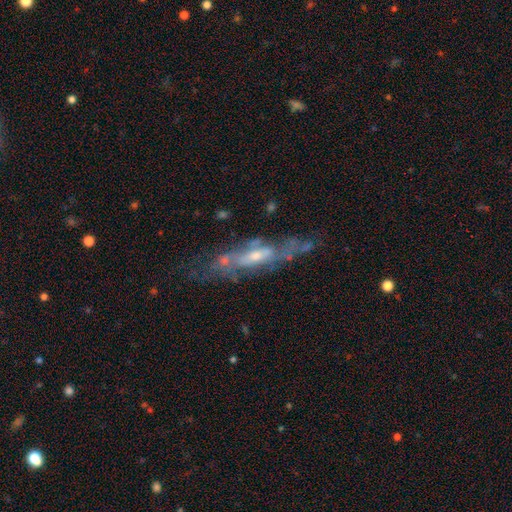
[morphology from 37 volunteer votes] smooth_or_featured: featured or disk (p=0.84) [alt: smooth p=0.11]
disk_edge_on: no (p=0.84) [alt: yes p=0.16]
bar: no (p=0.69) [alt: weak p=0.19]
has_spiral_arms: no (p=0.54) [alt: yes p=0.46]
bulge_size: small (p=0.69) [alt: moderate p=0.31]
merging: none (p=0.77) [alt: minor disturbance p=0.17]